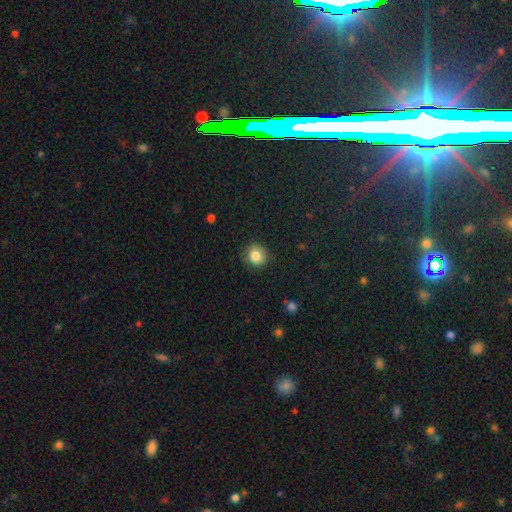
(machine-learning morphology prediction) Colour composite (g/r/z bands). It shows a smooth galaxy with no disk features (84%) that is round (83%). Merging: none (83%).